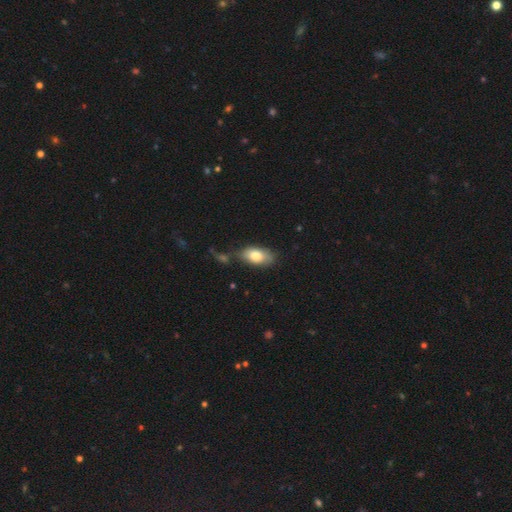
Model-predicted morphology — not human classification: This appears to be a smooth galaxy with no disk features (79%) that is in between round and cigar-shaped (91%). Merging: none (66%).